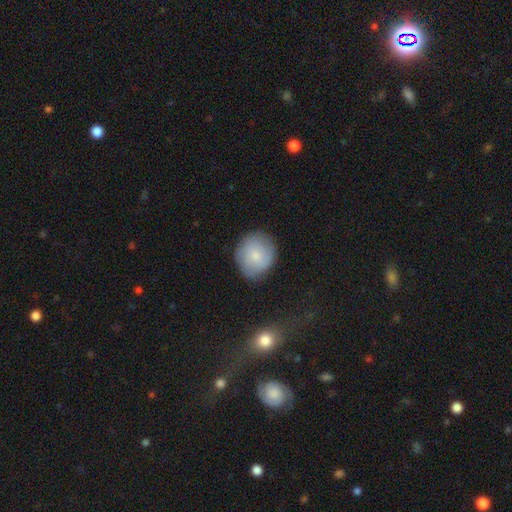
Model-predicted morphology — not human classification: type=smooth (72%); roundness=round (77%); merging=none (77%).